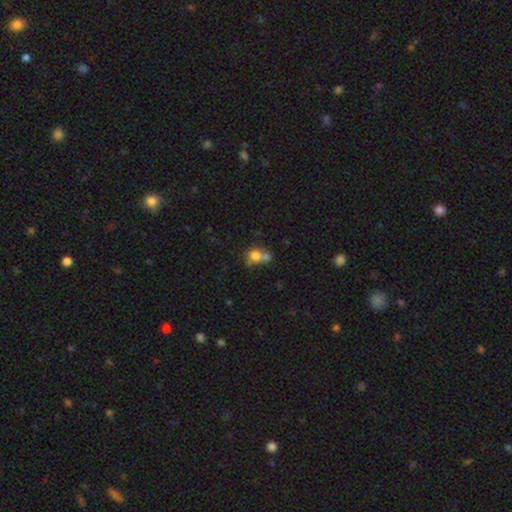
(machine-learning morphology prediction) smooth 73%, featured or disk 15%, star or artifact 12%. Down the decision tree: how rounded — round (71%); merging — merger (52%).